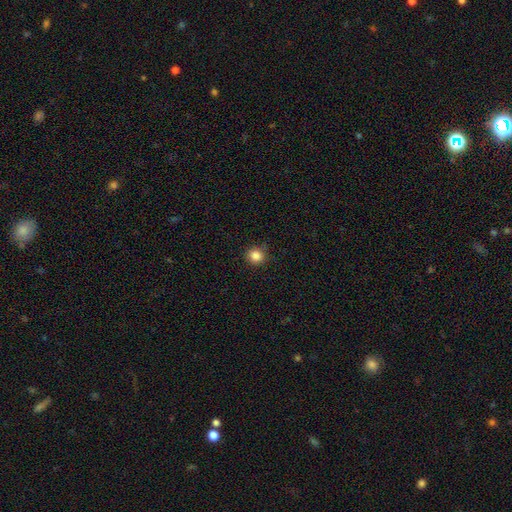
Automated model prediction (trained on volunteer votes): This is clearly a smooth galaxy (85%). How rounded: clearly round (92%). Merging: clearly none (88%).